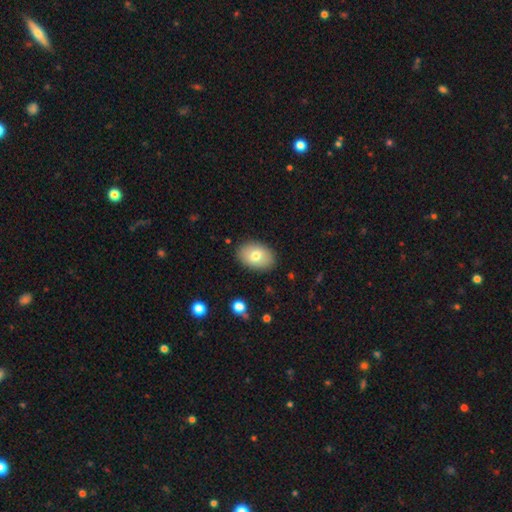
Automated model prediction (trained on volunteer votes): This appears to be a smooth galaxy with no disk features (77%) that is in between round and cigar-shaped (85%). Merging: none (88%).